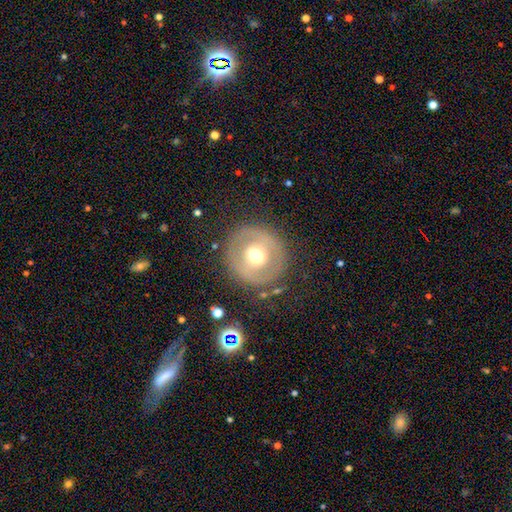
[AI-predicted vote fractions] smooth_or_featured: smooth (p=0.46) [tied with: featured or disk p=0.46]
merging: none (p=0.81) [alt: minor disturbance p=0.11]